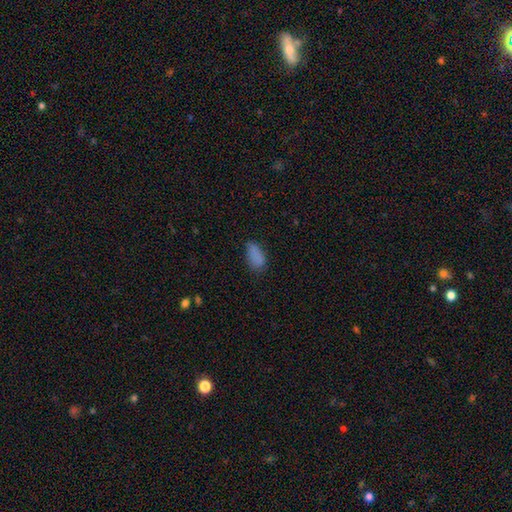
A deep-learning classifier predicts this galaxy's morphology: Q: Smooth or featured?
A: smooth (84%); runner-up: star or artifact (10%)
Q: How rounded?
A: in between (93%); runner-up: cigar-shaped (4%)
Q: Merging?
A: none (69%); runner-up: minor disturbance (23%)